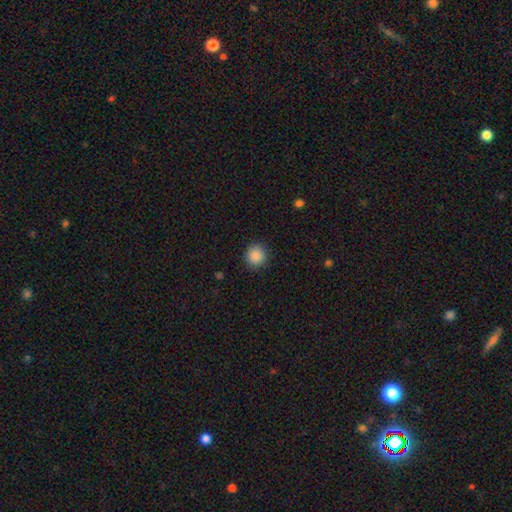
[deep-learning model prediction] smooth-or-featured: smooth: 87% | star or artifact: 9% | featured or disk: 3%
  how-rounded: round: 91% | in between: 8% | cigar-shaped: 1%
  merging: none: 90% | minor disturbance: 7% | major disturbance: 2% | merger: 1%